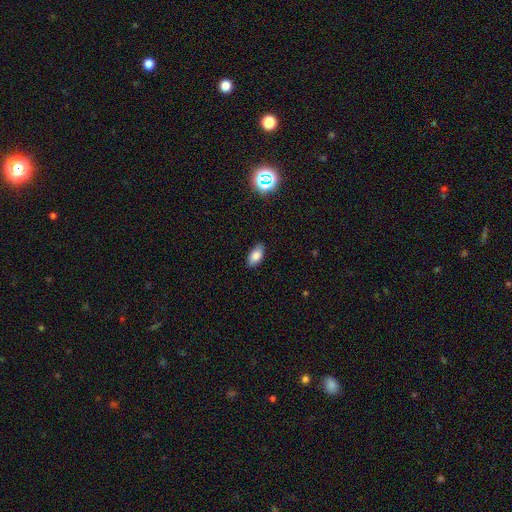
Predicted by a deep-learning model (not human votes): Overall: smooth (83%). How rounded: in between (92%). Merging: none (85%).